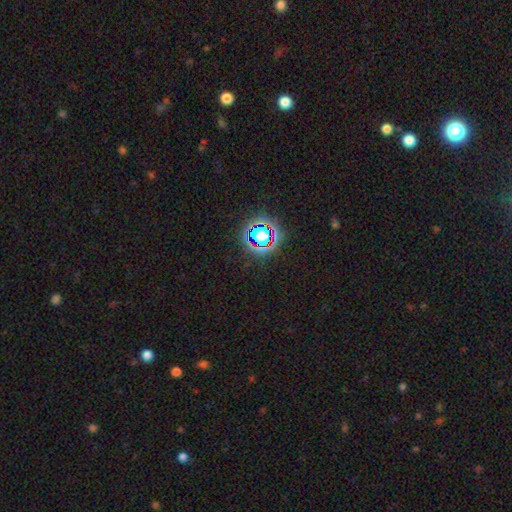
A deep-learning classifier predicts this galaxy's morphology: smooth-or-featured: star or artifact: 81% | smooth: 12% | featured or disk: 7%